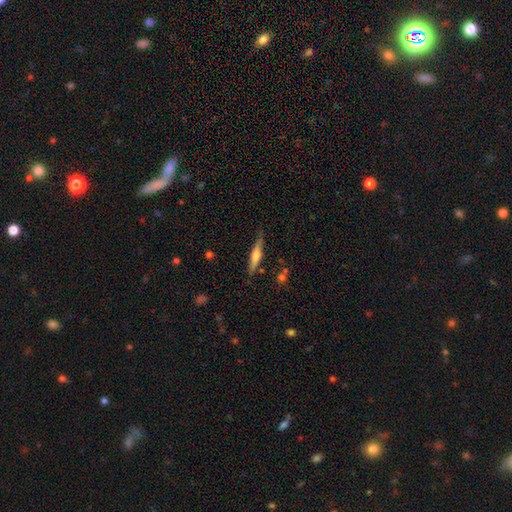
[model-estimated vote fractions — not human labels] Smooth or featured? featured or disk (54%)
Edge-on disk? yes (95%)
Edge-on bulge? rounded (81%)
Merging? none (82%)